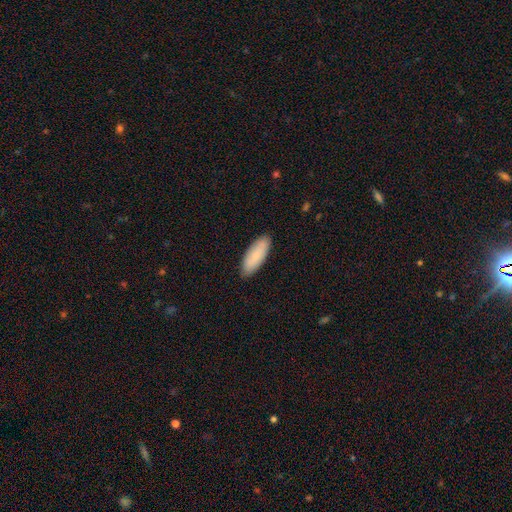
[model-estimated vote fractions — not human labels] This is clearly a smooth galaxy (84%). How rounded: likely in between (74%). Merging: clearly none (88%).